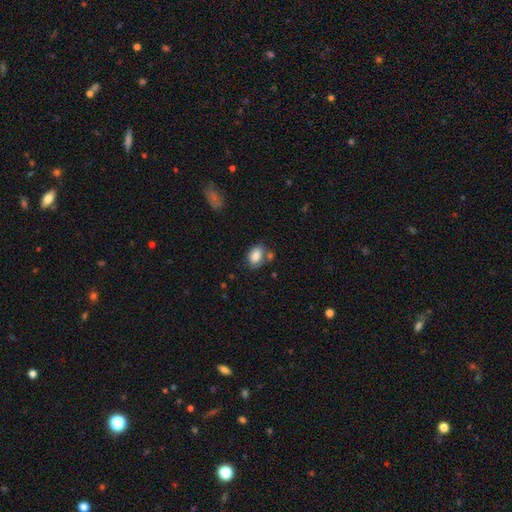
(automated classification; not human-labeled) This appears to be a smooth galaxy with no disk features (85%) that is in between round and cigar-shaped (84%). Merging: none (63%).